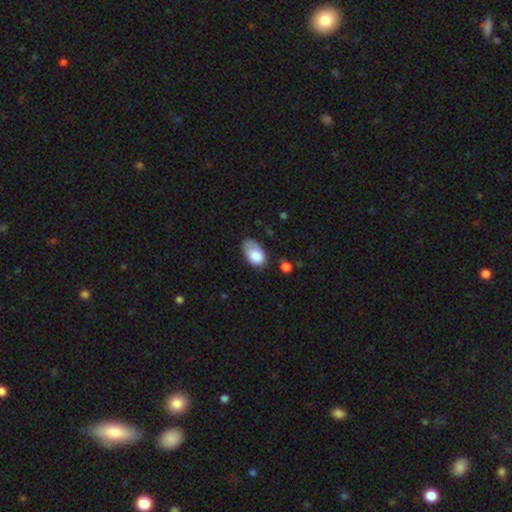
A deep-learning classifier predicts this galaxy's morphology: A smooth galaxy with no disk features (80%) that is in between round and cigar-shaped (91%).

Vote fractions:
- Smooth or featured? smooth: 80% / featured or disk: 13% / star or artifact: 7%
- How rounded? in between: 91% / round: 8% / cigar-shaped: 1%
- Merging? none: 44% / minor disturbance: 37% / major disturbance: 14% / merger: 4%